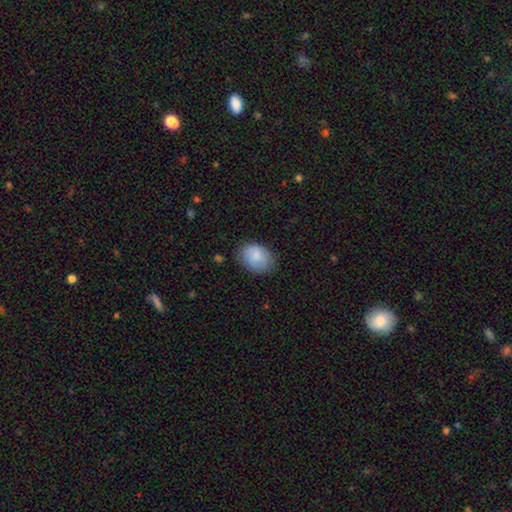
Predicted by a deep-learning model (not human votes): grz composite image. It shows a smooth galaxy with no disk features (79%) that is in between round and cigar-shaped (74%). Merging: none (77%).